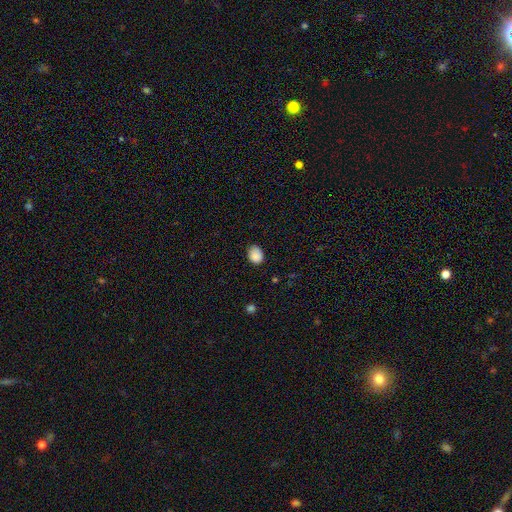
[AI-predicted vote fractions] smooth 87%, star or artifact 9%, featured or disk 5%. Down the decision tree: how rounded — in between (52%); merging — none (73%).